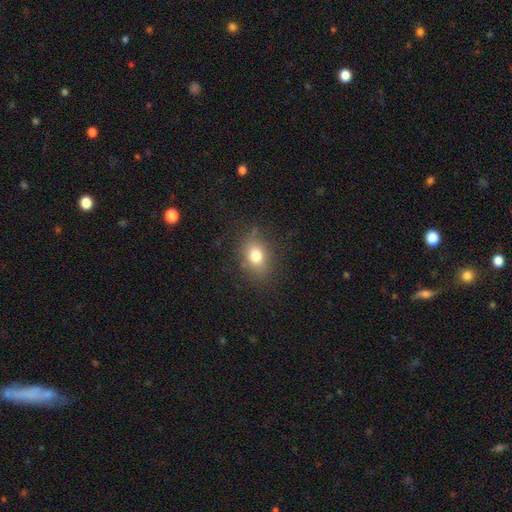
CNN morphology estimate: smooth 77%, star or artifact 12%, featured or disk 11%. Down the decision tree: how rounded — in between (62%); merging — none (79%).